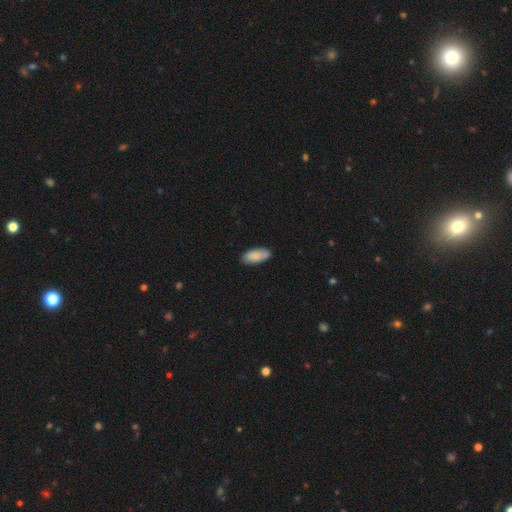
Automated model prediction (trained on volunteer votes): Smooth or featured? Predicted: smooth (p=0.85). How rounded? Predicted: in between (p=0.88). Merging? Predicted: none (p=0.78).